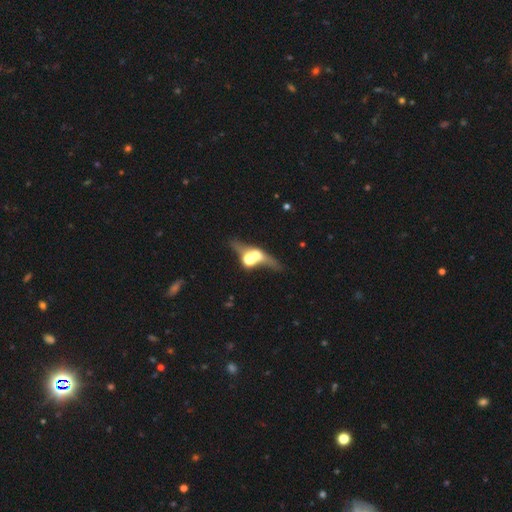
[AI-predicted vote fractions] Smooth or featured: featured or disk — 50% (smooth — 35%)
Merging: none — 42% (merger — 34%)